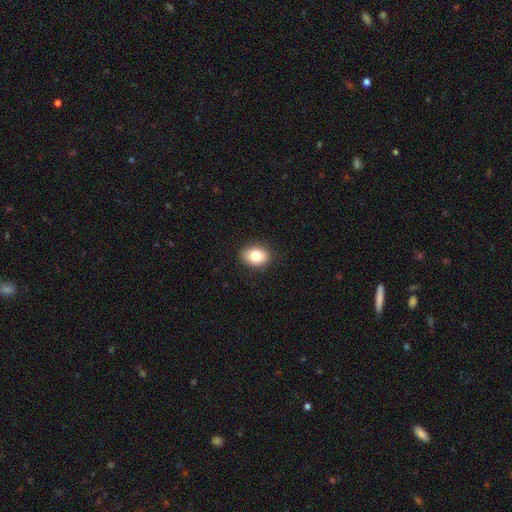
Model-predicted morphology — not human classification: This is clearly a smooth galaxy (81%). How rounded: likely in between (67%). Merging: clearly none (89%).